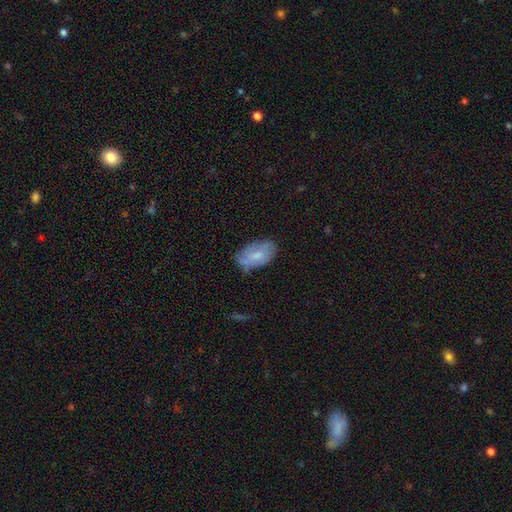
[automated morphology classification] Overall: smooth (65%; featured or disk 28%). How rounded: in between (93%). Merging: none (61%; minor disturbance 29%).